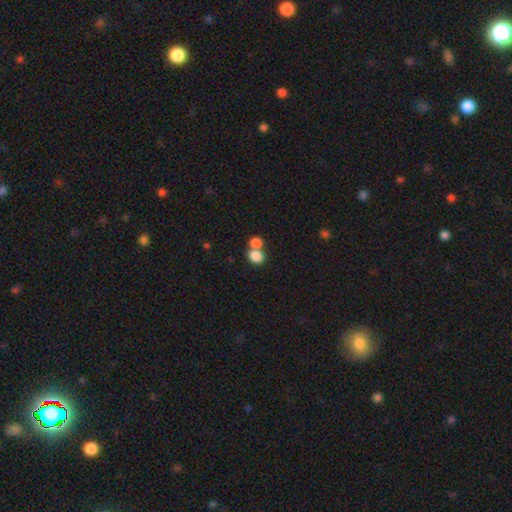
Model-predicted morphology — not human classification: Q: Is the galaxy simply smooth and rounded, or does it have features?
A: smooth — 83%.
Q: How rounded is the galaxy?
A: round — 59%.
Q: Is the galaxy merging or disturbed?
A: merger — 52%.